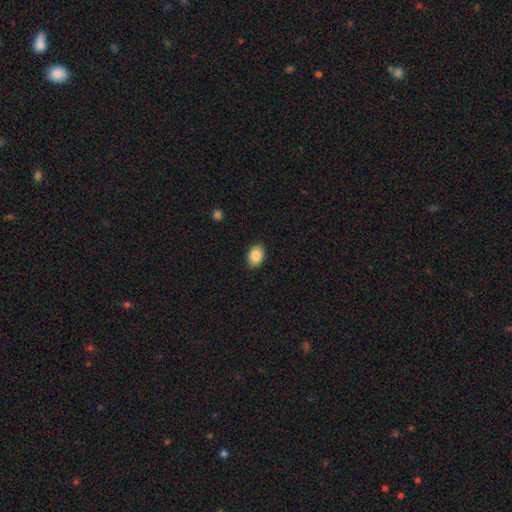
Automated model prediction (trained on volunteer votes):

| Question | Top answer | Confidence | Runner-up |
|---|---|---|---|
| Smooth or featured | smooth | 88% | star or artifact (8%) |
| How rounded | in between | 77% | round (22%) |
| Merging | none | 90% | minor disturbance (8%) |